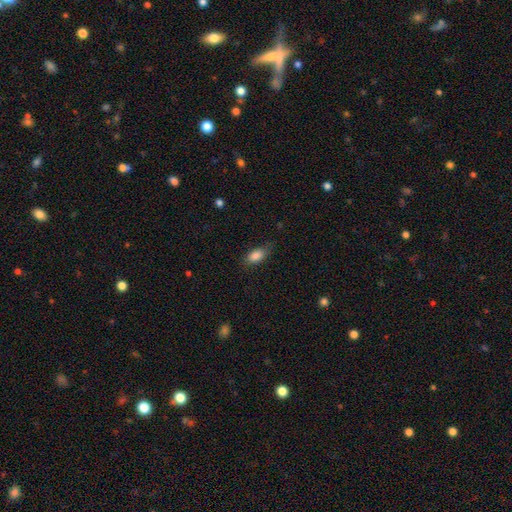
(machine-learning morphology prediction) Q: Smooth or featured?
A: smooth (86%); runner-up: star or artifact (8%)
Q: How rounded?
A: in between (88%); runner-up: cigar-shaped (6%)
Q: Merging?
A: none (73%); runner-up: minor disturbance (20%)